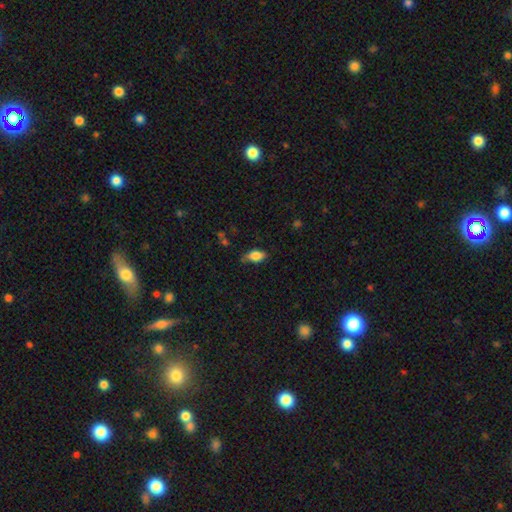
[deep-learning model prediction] Morphology: type=smooth (80%); roundness=in between (88%); merging=none (67%).